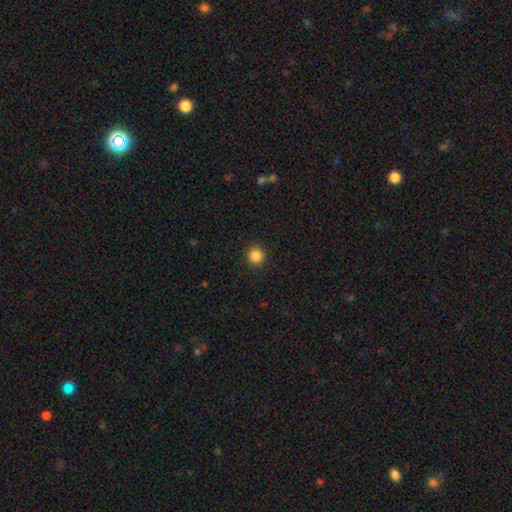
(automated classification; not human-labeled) Smooth or featured?
  - smooth: 85% *
  - star or artifact: 11%
  - featured or disk: 4%
How rounded?
  - round: 94% *
  - in between: 5%
  - cigar-shaped: 1%
Merging?
  - none: 92% *
  - minor disturbance: 5%
  - major disturbance: 2%
  - merger: 1%